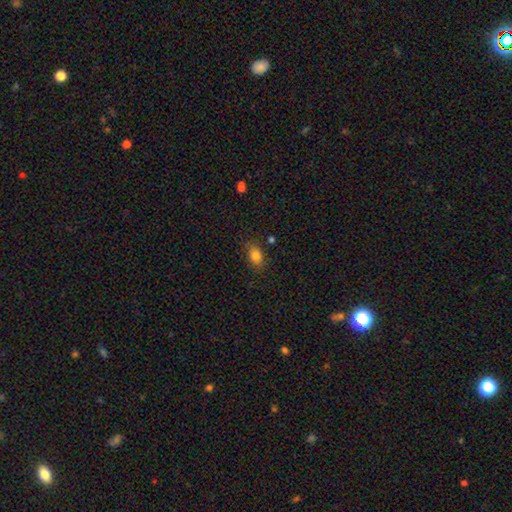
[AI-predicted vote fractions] A smooth galaxy with no disk features (83%) that is in between round and cigar-shaped (77%). Merging: none (78%).